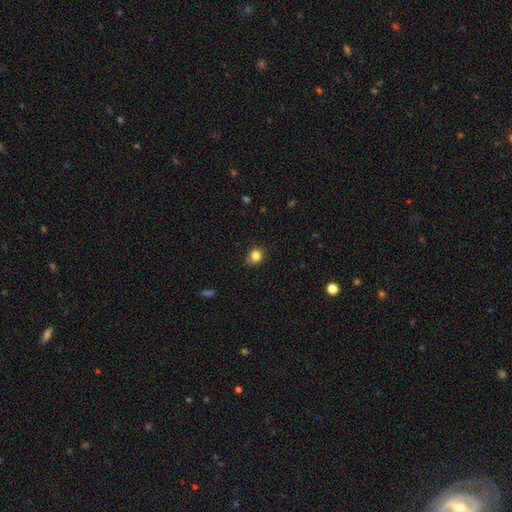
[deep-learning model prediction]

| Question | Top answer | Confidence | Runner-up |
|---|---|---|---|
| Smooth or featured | smooth | 82% | star or artifact (12%) |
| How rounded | round | 71% | in between (28%) |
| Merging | none | 77% | minor disturbance (18%) |